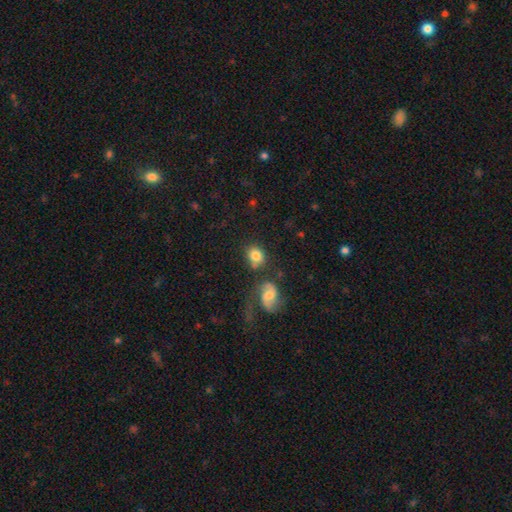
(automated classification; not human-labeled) Smooth or featured? Predicted: smooth (p=0.78). How rounded? Predicted: round (p=0.58). Merging? Predicted: none (p=0.63).